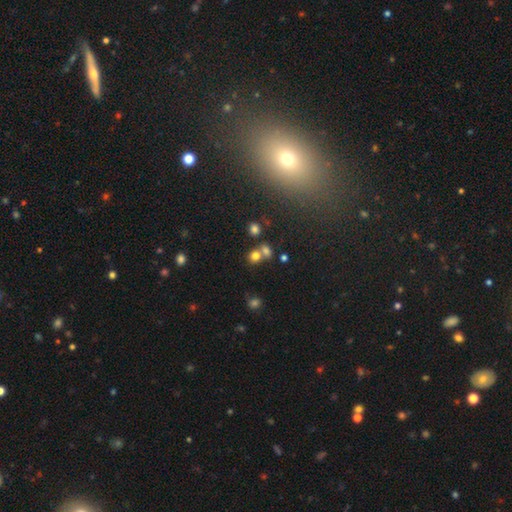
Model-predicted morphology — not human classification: smooth_or_featured: smooth (p=0.73) [alt: star or artifact p=0.17]
how_rounded: round (p=0.75) [alt: in between p=0.24]
merging: none (p=0.46) [alt: merger p=0.41]